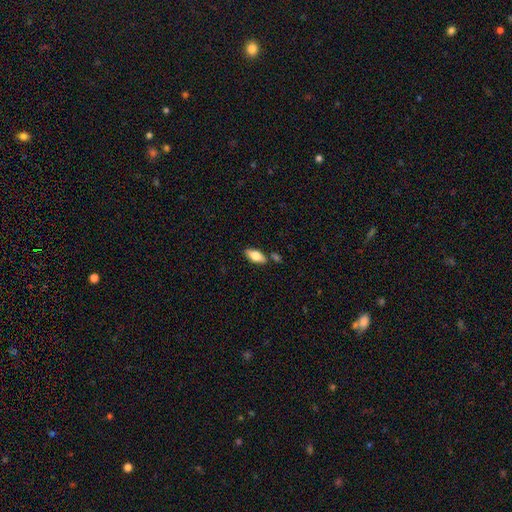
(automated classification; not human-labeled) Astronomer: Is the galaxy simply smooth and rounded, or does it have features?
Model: smooth — 77%.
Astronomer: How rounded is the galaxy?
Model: in between — 86%.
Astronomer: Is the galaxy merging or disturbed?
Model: none — 77%.